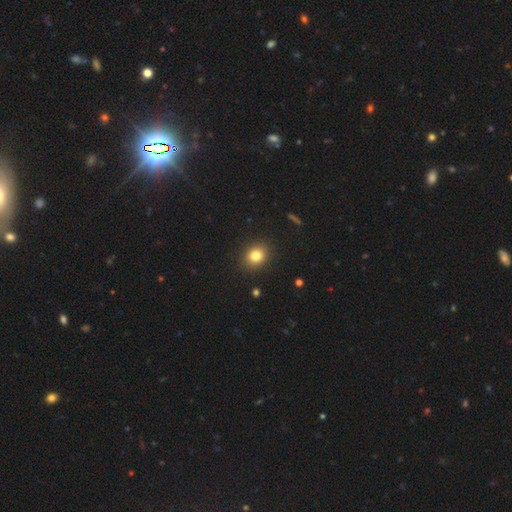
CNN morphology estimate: A smooth galaxy with no disk features (81%) that is round (64%).

Vote fractions:
- Smooth or featured? smooth: 81% / star or artifact: 12% / featured or disk: 7%
- How rounded? round: 64% / in between: 35% / cigar-shaped: 1%
- Merging? none: 90% / minor disturbance: 7% / major disturbance: 2% / merger: 1%